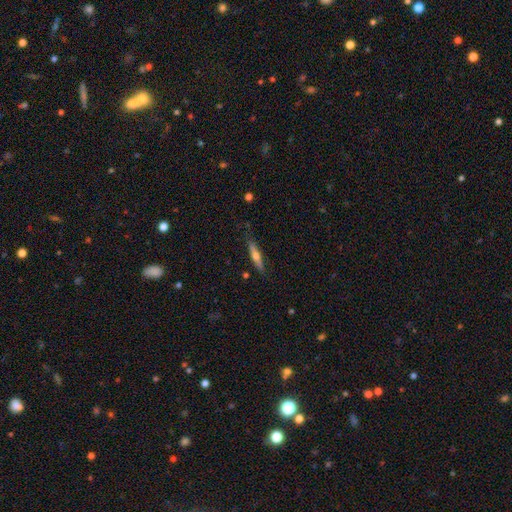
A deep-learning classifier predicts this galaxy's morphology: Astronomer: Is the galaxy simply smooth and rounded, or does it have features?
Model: featured or disk — 48% (runner-up: smooth, 46%).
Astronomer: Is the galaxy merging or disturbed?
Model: none — 82%.